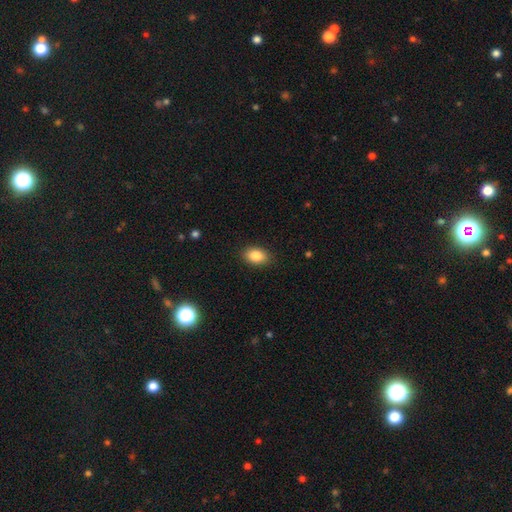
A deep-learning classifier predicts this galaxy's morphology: Smooth or featured?
  - smooth: 86% *
  - star or artifact: 8%
  - featured or disk: 6%
How rounded?
  - in between: 86% *
  - round: 13%
  - cigar-shaped: 1%
Merging?
  - none: 88% *
  - minor disturbance: 9%
  - major disturbance: 2%
  - merger: 1%